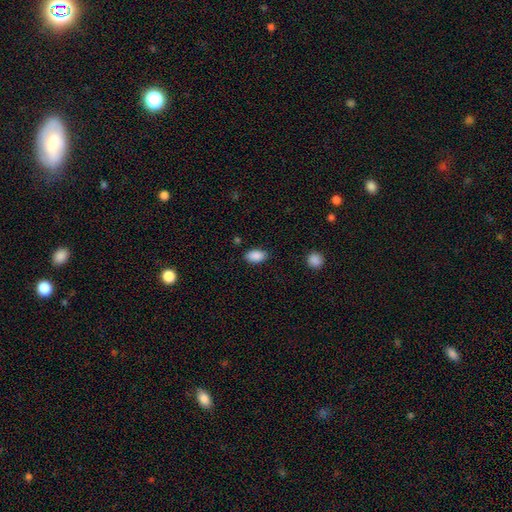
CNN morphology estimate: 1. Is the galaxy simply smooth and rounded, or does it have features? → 89% smooth, 8% star or artifact, 3% featured or disk.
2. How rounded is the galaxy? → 91% in between, 7% round, 2% cigar-shaped.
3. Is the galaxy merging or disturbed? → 83% none, 12% minor disturbance, 3% major disturbance, 1% merger.